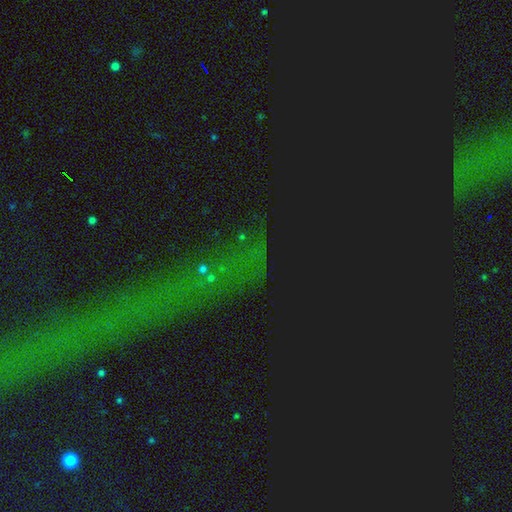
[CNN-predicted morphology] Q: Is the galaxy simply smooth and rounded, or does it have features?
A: star or artifact — 80%.